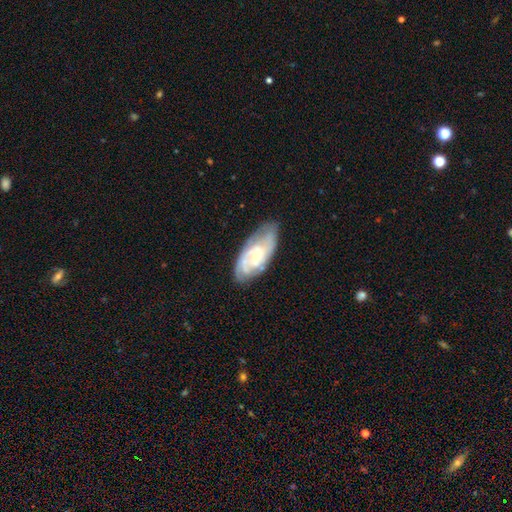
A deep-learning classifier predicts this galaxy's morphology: smooth-or-featured: featured or disk: 71% | smooth: 23% | star or artifact: 6%
  disk-edge-on: no: 93% | yes: 7%
    bar: no: 63% | weak: 31% | strong: 6%
    has-spiral-arms: yes: 88% | no: 12%
      spiral-winding: tight: 55% | medium: 35% | loose: 10%
      spiral-arm-count: can't tell: 41% | 2: 32% | 3: 15% | 4: 5% | 1: 4% | more than 4: 3%
    bulge-size: small: 52% | moderate: 33% | none: 9% | large: 5% | dominant: 1%
  merging: none: 70% | minor disturbance: 22% | major disturbance: 7% | merger: 2%